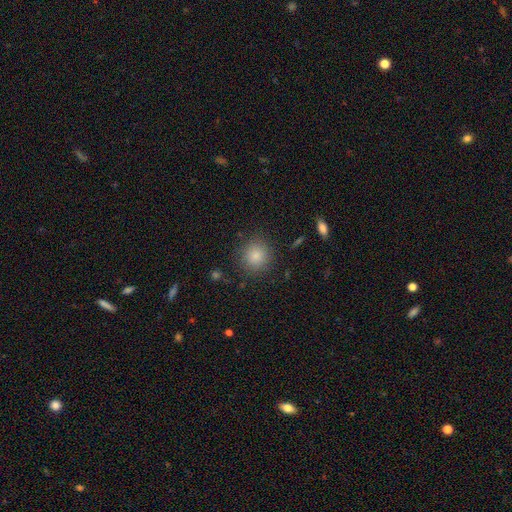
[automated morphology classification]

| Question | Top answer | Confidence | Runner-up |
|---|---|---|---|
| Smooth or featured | smooth | 84% | star or artifact (10%) |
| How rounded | round | 91% | in between (8%) |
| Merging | none | 87% | minor disturbance (9%) |